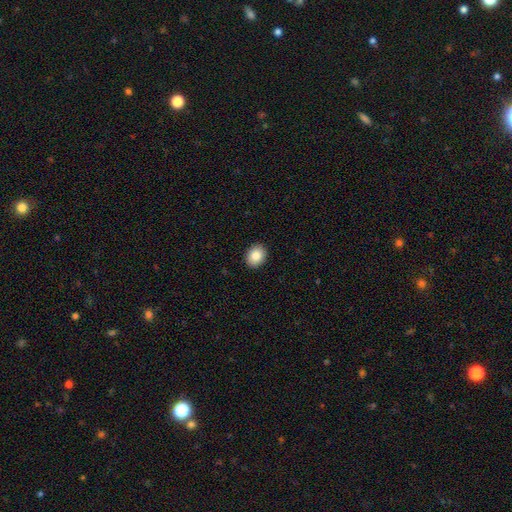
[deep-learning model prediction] The model was most divided on "how rounded": in between: 55%, round: 44%, cigar-shaped: 1%. More confident: merging — none (91%); smooth or featured — smooth (87%).